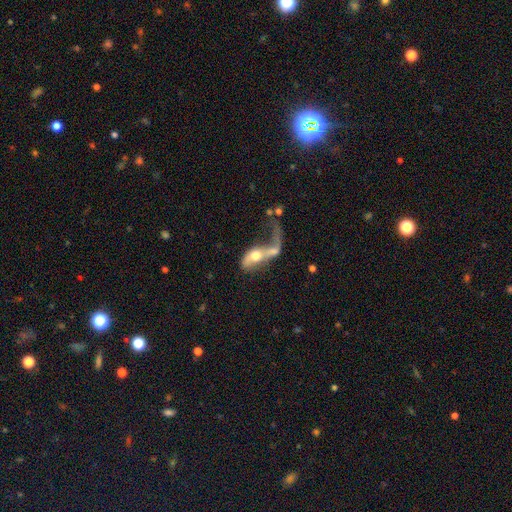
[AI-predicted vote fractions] Smooth or featured?
  - featured or disk: 55% *
  - smooth: 37%
  - star or artifact: 8%
Edge-on disk?
  - no: 88% *
  - yes: 12%
Merging?
  - major disturbance: 43% *
  - merger: 35%
  - none: 12%
  - minor disturbance: 9%